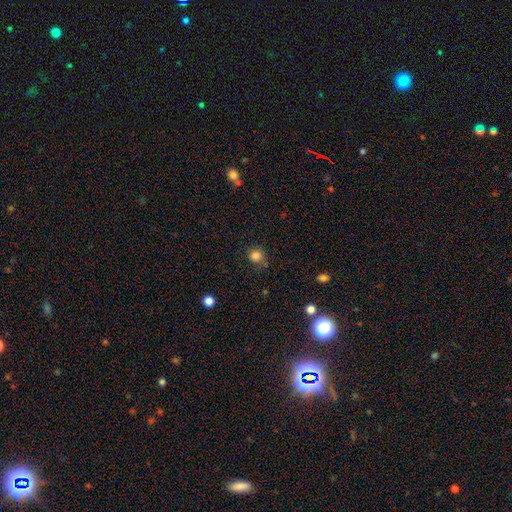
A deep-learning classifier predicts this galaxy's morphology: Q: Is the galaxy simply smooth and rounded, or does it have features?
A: smooth — 83%.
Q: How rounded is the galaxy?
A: round — 86%.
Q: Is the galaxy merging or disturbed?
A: none — 72%.